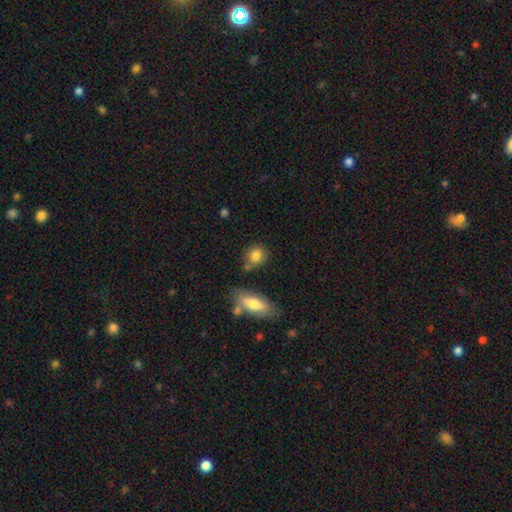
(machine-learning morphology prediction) A smooth galaxy with no disk features (83%) that is round (75%). Merging: none (73%).